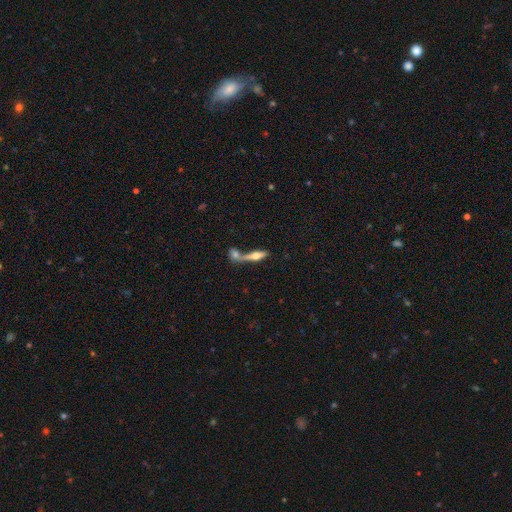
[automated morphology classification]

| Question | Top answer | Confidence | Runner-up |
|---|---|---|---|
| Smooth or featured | smooth | 48% | featured or disk (44%) |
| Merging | merger | 51% | none (34%) |